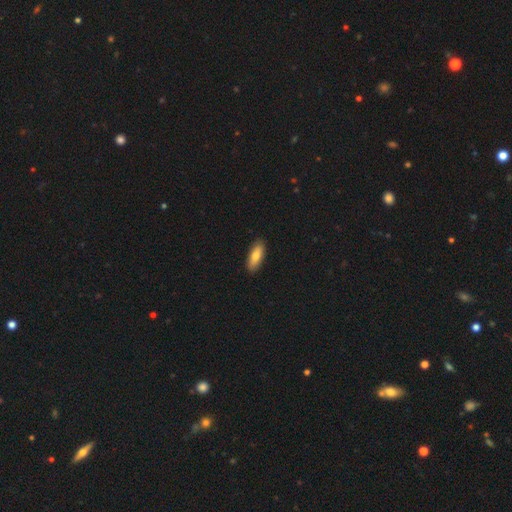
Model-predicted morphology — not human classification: smooth 79%, featured or disk 16%, star or artifact 6%. Down the decision tree: how rounded — in between (62%); merging — none (89%).